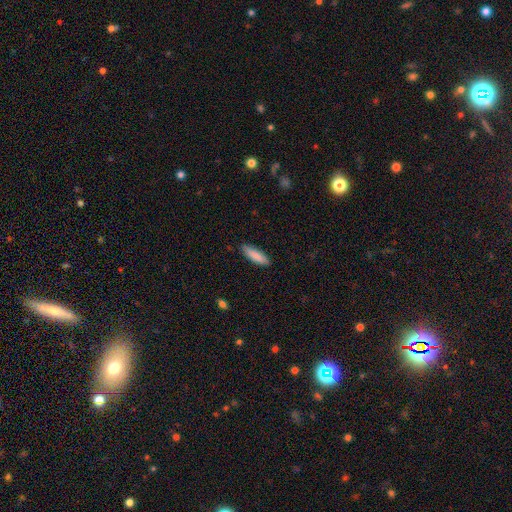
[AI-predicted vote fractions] This appears to be a smooth galaxy with no disk features (87%) that is cigar-shaped (60%). Merging: none (86%).